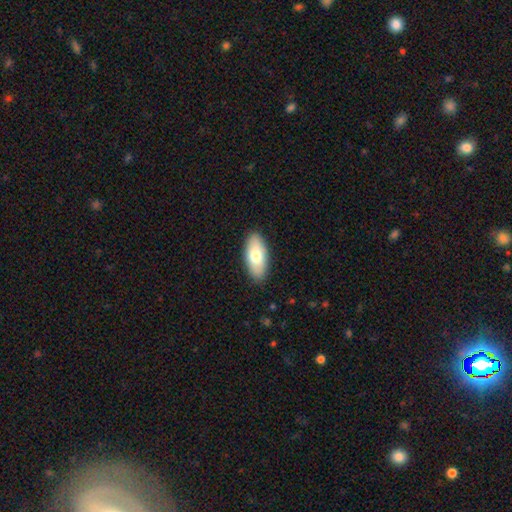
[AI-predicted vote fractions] Smooth or featured: smooth — 73% (featured or disk — 21%)
How rounded: in between — 88% (cigar-shaped — 10%)
Merging: none — 89% (minor disturbance — 8%)